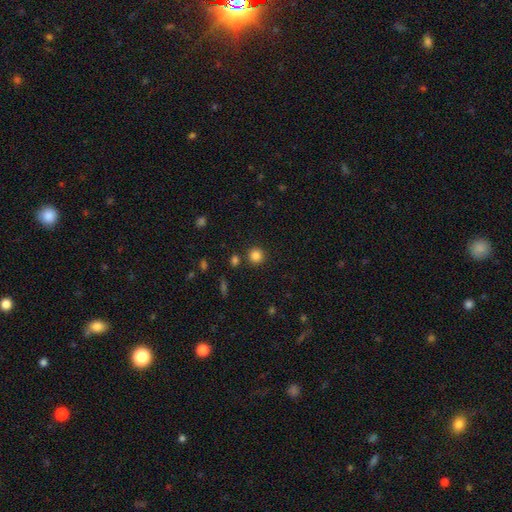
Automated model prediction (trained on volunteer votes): This appears to be a smooth galaxy with no disk features (84%) that is round (93%). Merging: none (86%).